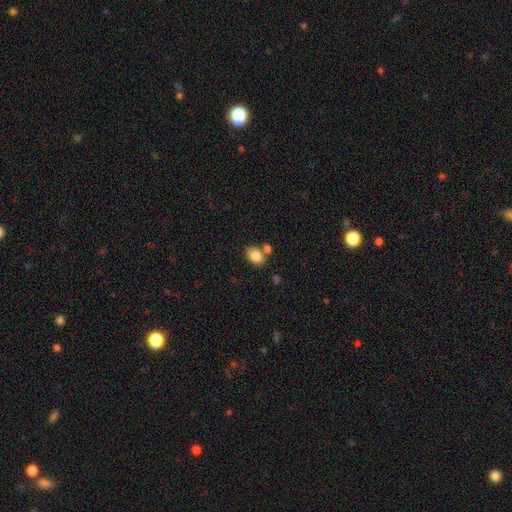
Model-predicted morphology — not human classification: smooth 84%, star or artifact 8%, featured or disk 8%. Down the decision tree: how rounded — in between (72%); merging — none (64%).